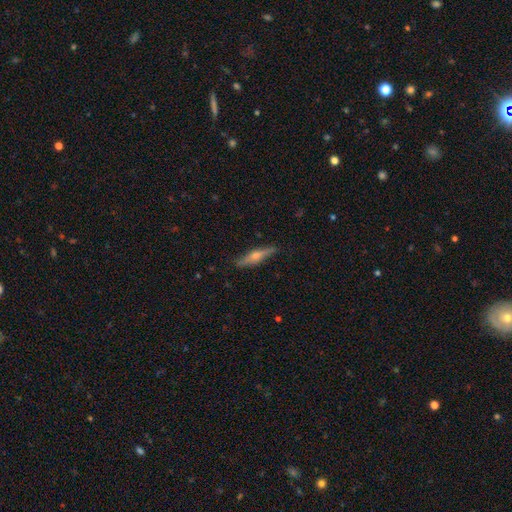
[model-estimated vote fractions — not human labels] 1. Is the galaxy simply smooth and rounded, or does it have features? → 63% featured or disk, 31% smooth, 7% star or artifact.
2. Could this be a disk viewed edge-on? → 95% yes, 5% no.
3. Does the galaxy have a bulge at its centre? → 87% rounded, 7% none, 6% boxy.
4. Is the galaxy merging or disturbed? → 87% none, 10% minor disturbance, 2% major disturbance, 1% merger.